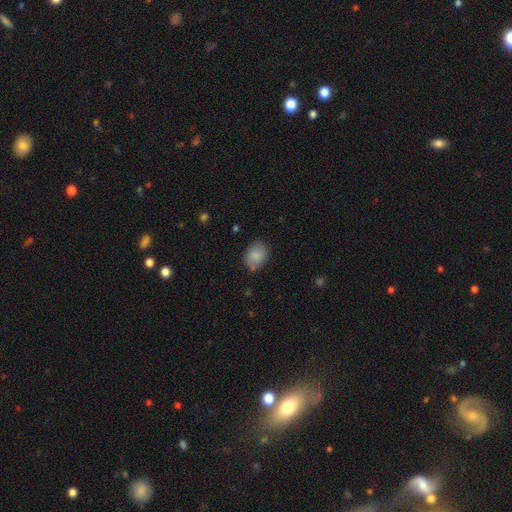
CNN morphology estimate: smooth-or-featured: smooth: 85% | featured or disk: 8% | star or artifact: 8%
  how-rounded: in between: 56% | round: 43% | cigar-shaped: 1%
  merging: none: 76% | minor disturbance: 16% | merger: 4% | major disturbance: 4%